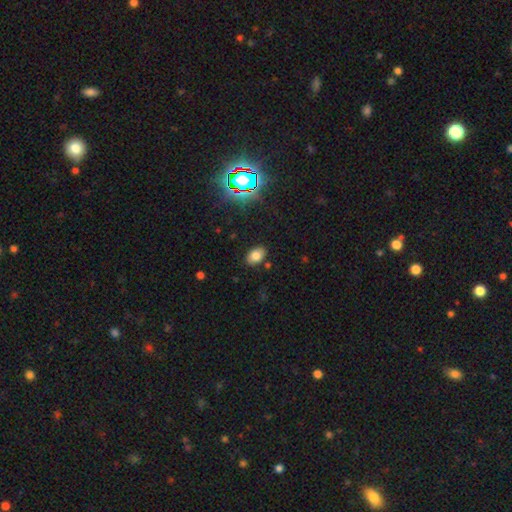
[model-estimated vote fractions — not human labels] Smooth or featured? smooth (76%)
How rounded? in between (85%)
Merging? none (86%)